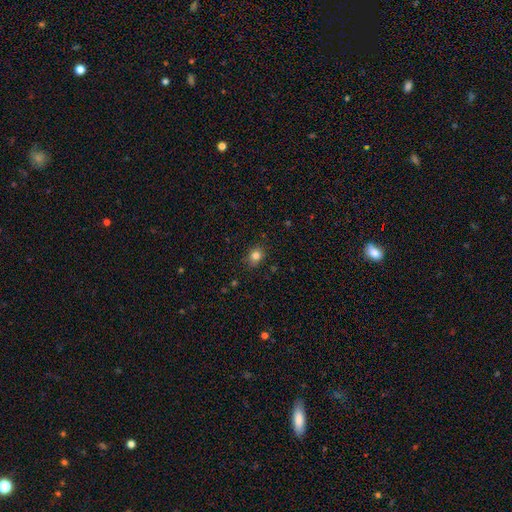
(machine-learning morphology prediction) smooth 82%, star or artifact 12%, featured or disk 6%. Down the decision tree: how rounded — round (59%); merging — none (84%).